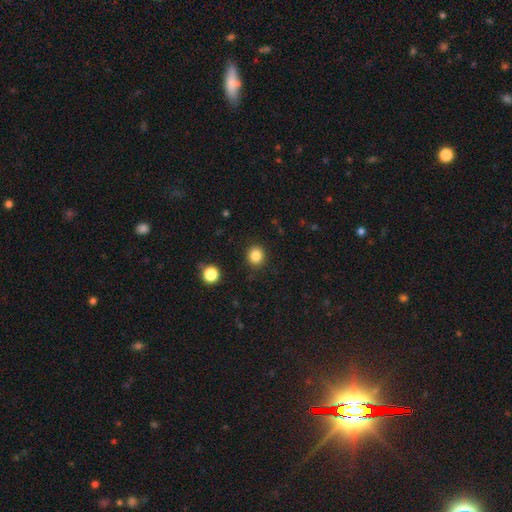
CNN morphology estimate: smooth_or_featured: smooth (p=0.84) [alt: star or artifact p=0.12]
how_rounded: round (p=0.87) [alt: in between p=0.12]
merging: none (p=0.90) [alt: minor disturbance p=0.07]